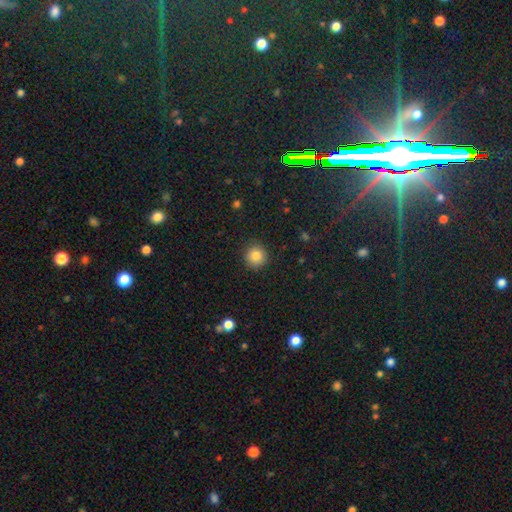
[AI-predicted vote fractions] Smooth or featured: smooth — 85% (star or artifact — 10%)
How rounded: round — 94% (in between — 5%)
Merging: none — 91% (minor disturbance — 6%)